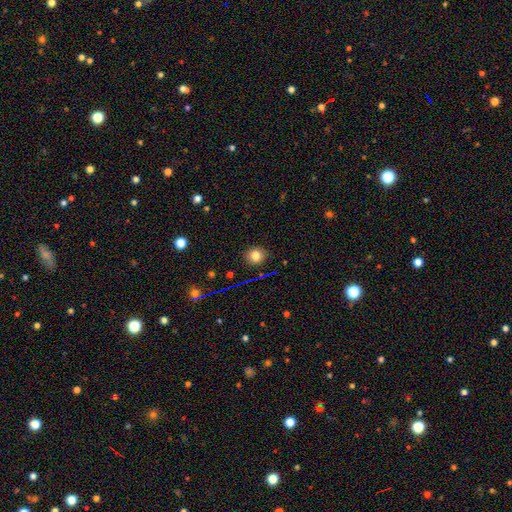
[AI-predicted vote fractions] Smooth or featured: smooth — 79% (star or artifact — 13%)
How rounded: round — 85% (in between — 14%)
Merging: none — 88% (minor disturbance — 8%)